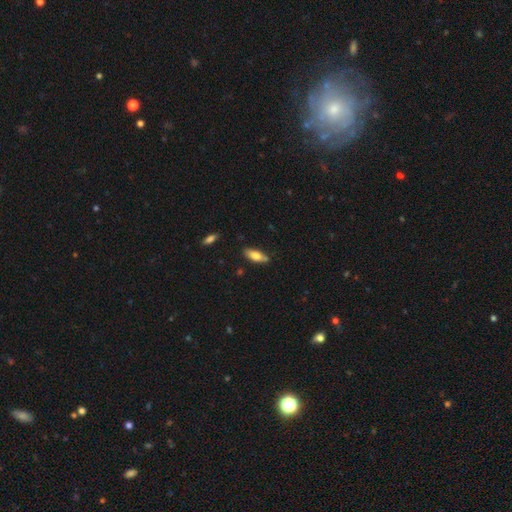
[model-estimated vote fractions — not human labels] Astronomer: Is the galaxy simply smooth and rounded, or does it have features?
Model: smooth — 75%.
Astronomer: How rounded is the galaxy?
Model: in between — 71%.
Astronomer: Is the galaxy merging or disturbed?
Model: none — 76%.